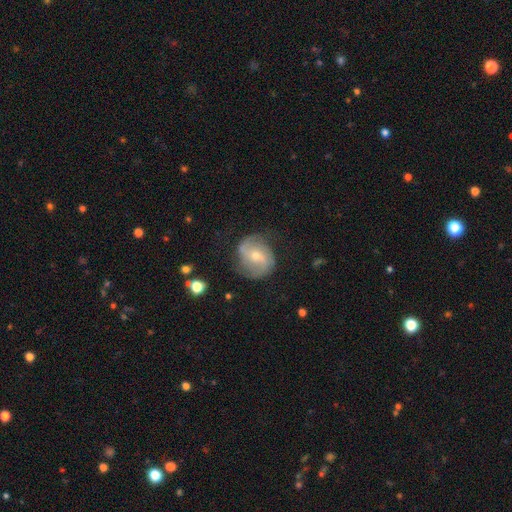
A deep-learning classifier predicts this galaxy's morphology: Smooth or featured? Predicted: featured or disk (p=0.76). Edge-on disk? Predicted: no (p=0.98). Bar? Predicted: weak (p=0.47). Spiral arms? Predicted: yes (p=0.92). Spiral winding? Predicted: medium (p=0.45). Spiral arm count? Predicted: 2 (p=0.83). Bulge size? Predicted: small (p=0.51). Merging? Predicted: none (p=0.73).